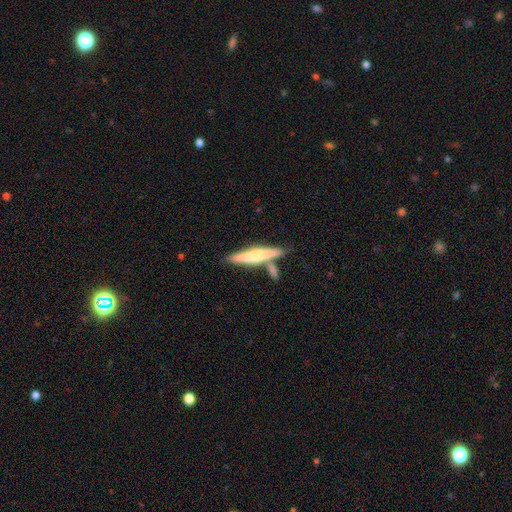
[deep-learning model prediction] smooth 55%, featured or disk 39%, star or artifact 6%. Down the decision tree: how rounded — cigar-shaped (89%); merging — none (65%).